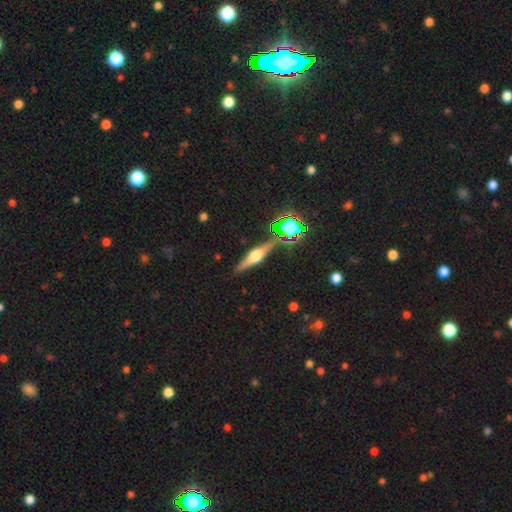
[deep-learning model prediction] Q: Smooth or featured?
A: featured or disk (65%); runner-up: smooth (24%)
Q: Edge-on disk?
A: yes (96%); runner-up: no (4%)
Q: Edge-on bulge?
A: rounded (91%); runner-up: boxy (6%)
Q: Merging?
A: none (86%); runner-up: minor disturbance (9%)